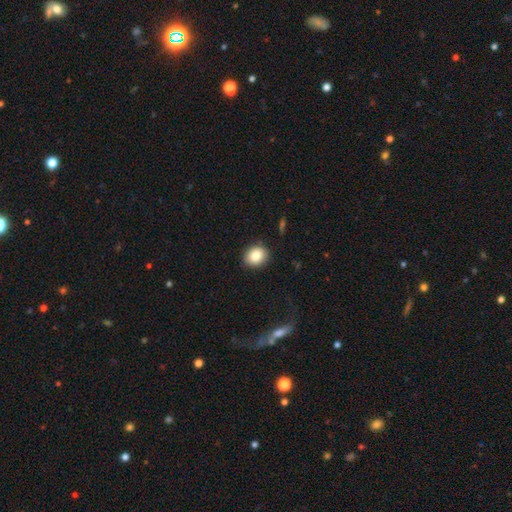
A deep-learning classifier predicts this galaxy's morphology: smooth-or-featured: smooth: 85% | star or artifact: 9% | featured or disk: 7%
  how-rounded: round: 64% | in between: 35% | cigar-shaped: 1%
  merging: none: 88% | minor disturbance: 8% | major disturbance: 2% | merger: 1%